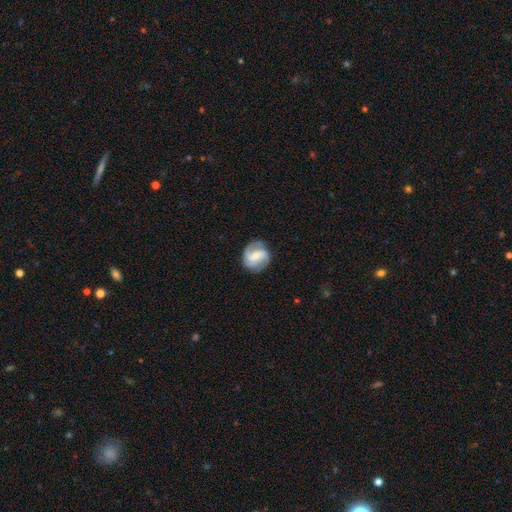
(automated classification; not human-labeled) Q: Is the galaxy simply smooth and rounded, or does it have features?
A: featured or disk — 83%.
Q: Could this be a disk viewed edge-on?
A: no — 98%.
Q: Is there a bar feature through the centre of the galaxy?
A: weak — 46%.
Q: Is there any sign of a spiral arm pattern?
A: yes — 96%.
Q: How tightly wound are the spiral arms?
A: medium — 47%.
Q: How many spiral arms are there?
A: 2 — 61%.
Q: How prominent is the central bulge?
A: moderate — 47%, tied with small.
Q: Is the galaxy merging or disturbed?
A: none — 80%.